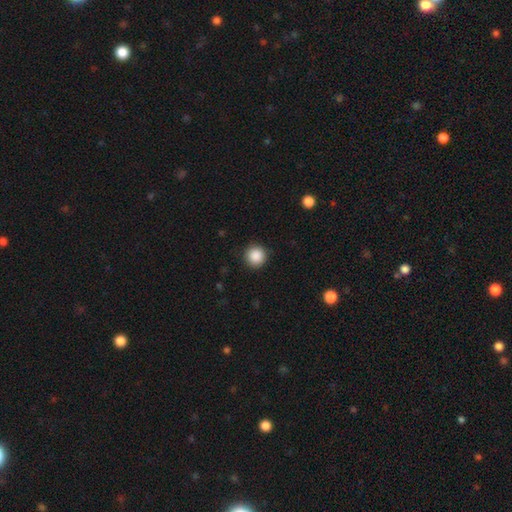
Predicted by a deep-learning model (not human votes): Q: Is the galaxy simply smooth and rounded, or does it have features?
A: smooth — 88%.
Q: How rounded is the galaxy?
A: round — 95%.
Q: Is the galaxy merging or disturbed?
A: none — 91%.